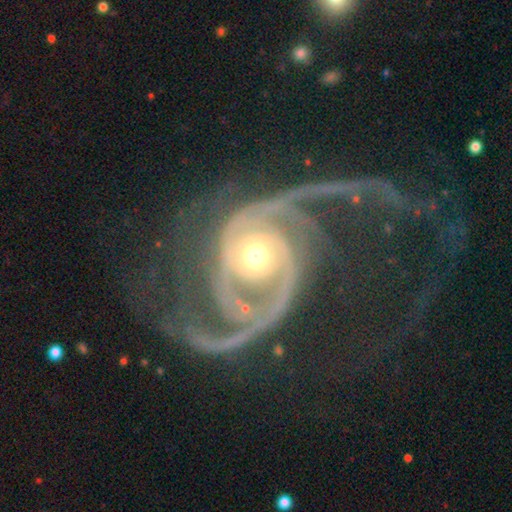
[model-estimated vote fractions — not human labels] A featured or disk galaxy (92%) with no bar (71%), 2 (62%) medium (46%) spiral arms (98%) and a moderate central bulge (57%). Merging: none (43%).